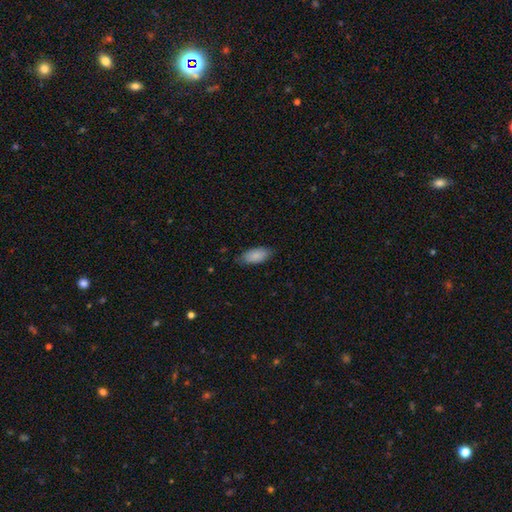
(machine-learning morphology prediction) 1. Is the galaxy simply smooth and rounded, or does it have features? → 88% smooth, 6% featured or disk, 6% star or artifact.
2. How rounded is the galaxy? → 91% in between, 7% cigar-shaped, 2% round.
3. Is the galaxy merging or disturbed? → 78% none, 18% minor disturbance, 3% major disturbance, 1% merger.